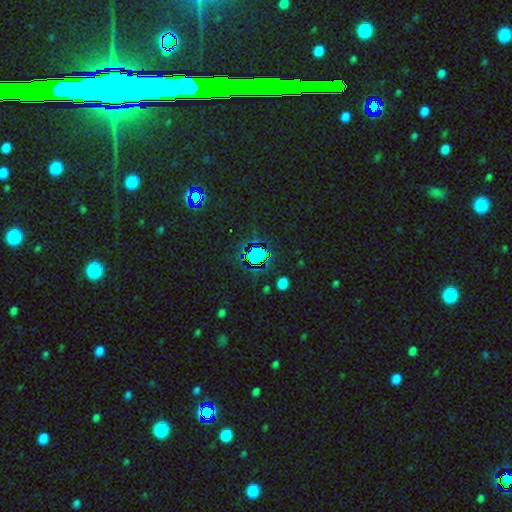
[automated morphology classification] star or artifact 70%, smooth 21%, featured or disk 9%.